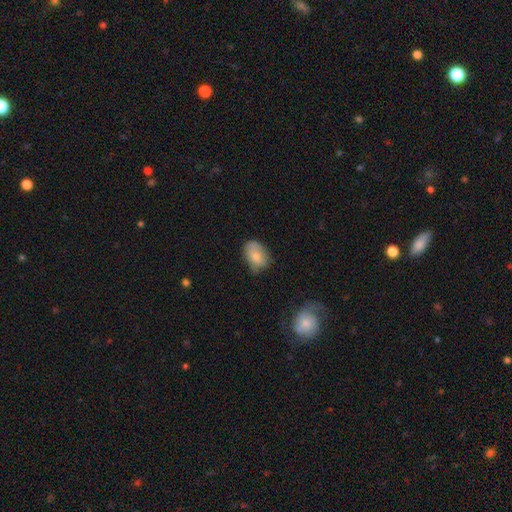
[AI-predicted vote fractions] A smooth galaxy with no disk features (78%) that is in between round and cigar-shaped (84%).

Vote fractions:
- Smooth or featured? smooth: 78% / featured or disk: 14% / star or artifact: 7%
- How rounded? in between: 84% / round: 15% / cigar-shaped: 1%
- Merging? none: 57% / minor disturbance: 33% / major disturbance: 8% / merger: 2%